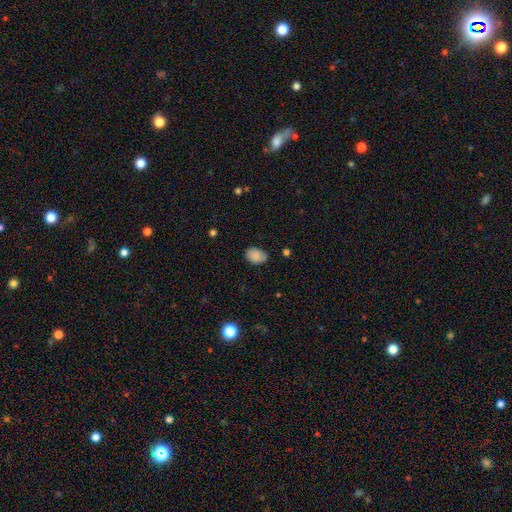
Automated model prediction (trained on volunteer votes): Smooth or featured? Predicted: smooth (p=0.85). How rounded? Predicted: in between (p=0.78). Merging? Predicted: none (p=0.74).